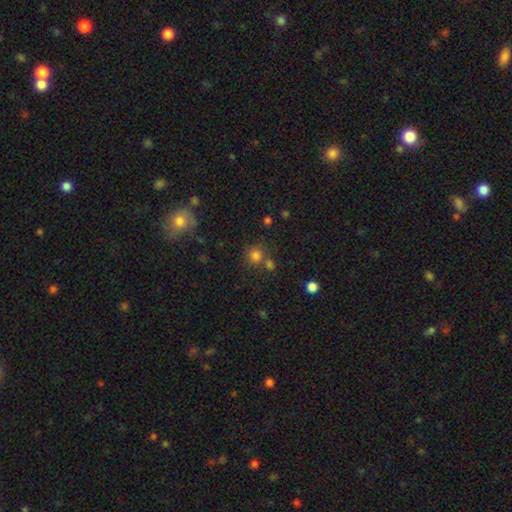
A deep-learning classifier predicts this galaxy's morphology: Smooth or featured?
  - smooth: 78% *
  - star or artifact: 15%
  - featured or disk: 7%
How rounded?
  - round: 88% *
  - in between: 11%
  - cigar-shaped: 1%
Merging?
  - none: 64% *
  - merger: 21%
  - minor disturbance: 10%
  - major disturbance: 4%